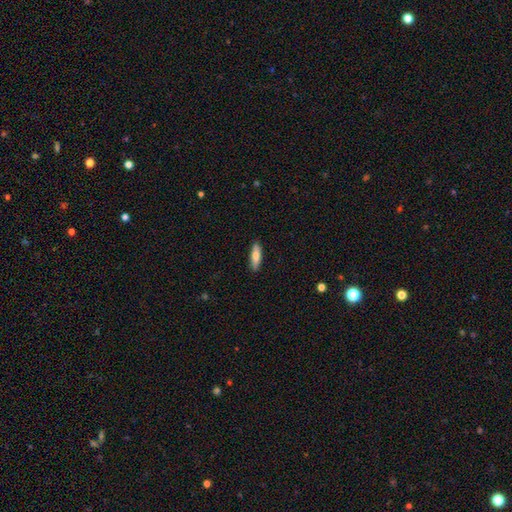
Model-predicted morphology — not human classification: Smooth or featured? smooth (71%)
How rounded? cigar-shaped (62%)
Merging? none (88%)